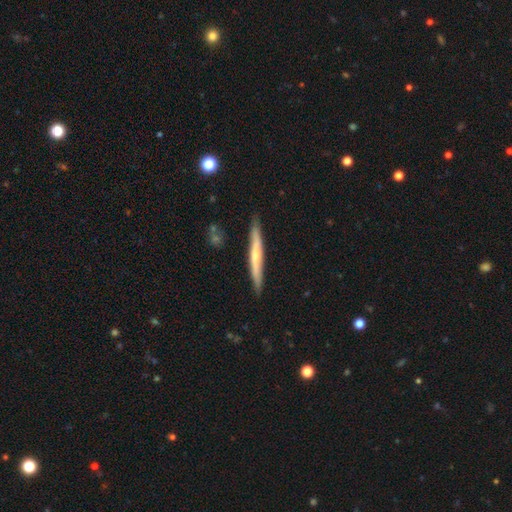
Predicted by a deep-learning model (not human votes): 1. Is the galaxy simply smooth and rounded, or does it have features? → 57% featured or disk, 37% smooth, 6% star or artifact.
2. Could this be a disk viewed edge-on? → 95% yes, 5% no.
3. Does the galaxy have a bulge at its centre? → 60% rounded, 35% none, 5% boxy.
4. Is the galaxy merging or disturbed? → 87% none, 10% minor disturbance, 2% major disturbance, 1% merger.